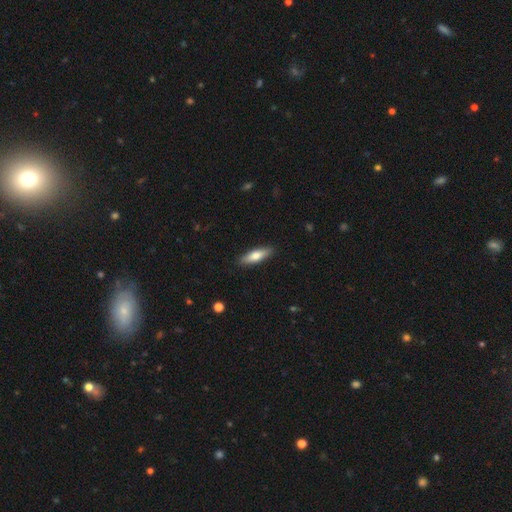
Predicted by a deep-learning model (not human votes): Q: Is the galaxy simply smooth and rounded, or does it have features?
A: smooth — 68%.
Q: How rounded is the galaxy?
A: cigar-shaped — 59%.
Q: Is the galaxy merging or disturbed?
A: none — 89%.